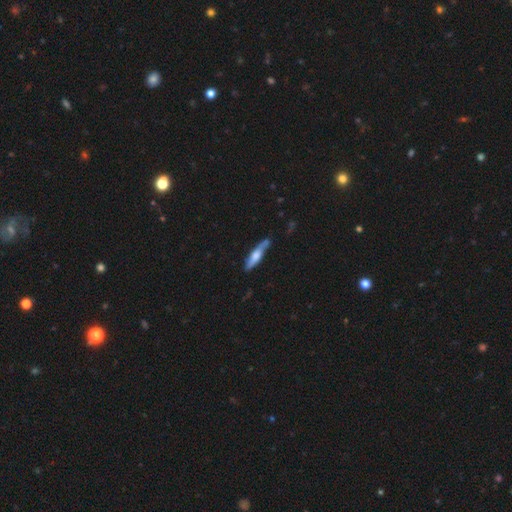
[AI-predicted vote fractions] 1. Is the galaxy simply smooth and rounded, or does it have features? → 51% smooth, 43% featured or disk, 6% star or artifact.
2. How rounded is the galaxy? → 80% cigar-shaped, 19% in between, 2% round.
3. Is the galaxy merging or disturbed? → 67% none, 22% minor disturbance, 6% merger, 5% major disturbance.